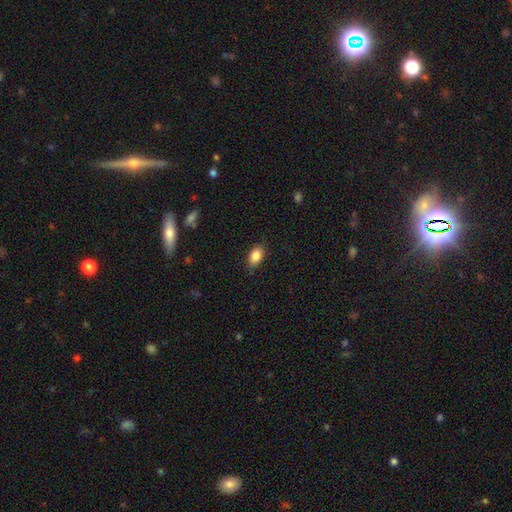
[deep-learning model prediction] smooth-or-featured: smooth: 87% | star or artifact: 8% | featured or disk: 5%
  how-rounded: in between: 88% | round: 9% | cigar-shaped: 3%
  merging: none: 83% | minor disturbance: 13% | major disturbance: 3% | merger: 1%